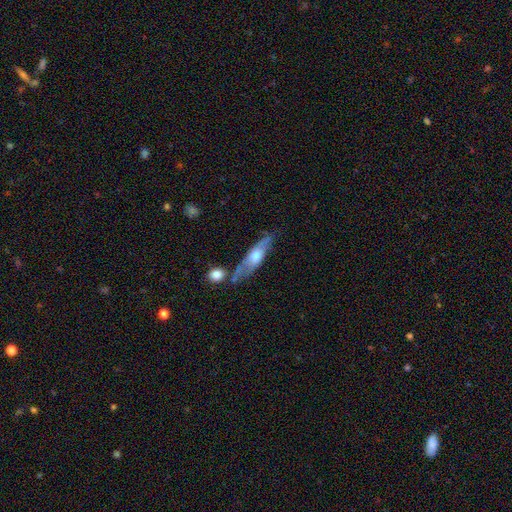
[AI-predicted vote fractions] smooth-or-featured: featured or disk: 54% | smooth: 40% | star or artifact: 6%
  disk-edge-on: yes: 64% | no: 36%
  merging: none: 58% | minor disturbance: 21% | merger: 15% | major disturbance: 7%